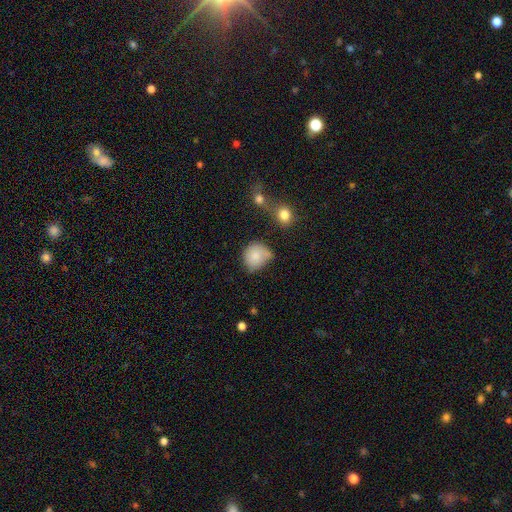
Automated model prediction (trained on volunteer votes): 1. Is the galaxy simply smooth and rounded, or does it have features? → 81% smooth, 10% featured or disk, 9% star or artifact.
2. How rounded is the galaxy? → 80% round, 19% in between, 1% cigar-shaped.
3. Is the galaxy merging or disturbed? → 45% none, 33% minor disturbance, 12% major disturbance, 10% merger.